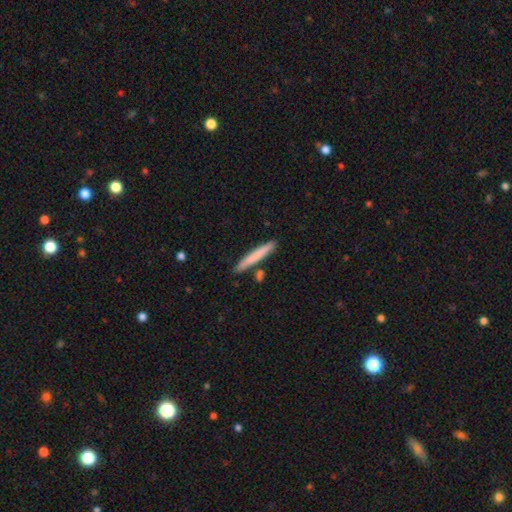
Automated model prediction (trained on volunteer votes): Overall: smooth (74%). How rounded: cigar-shaped (96%). Merging: none (86%).